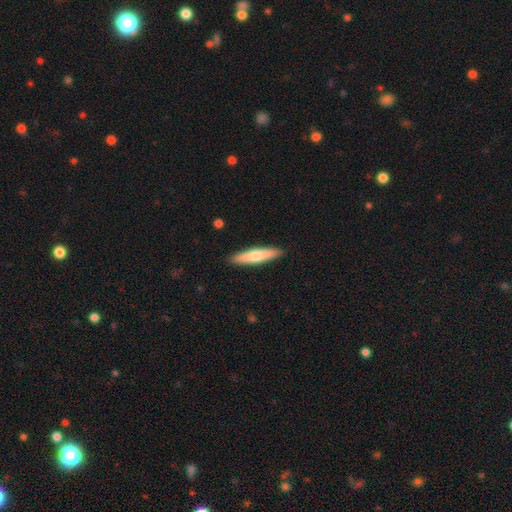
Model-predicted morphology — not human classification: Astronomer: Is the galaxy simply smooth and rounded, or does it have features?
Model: smooth — 61%.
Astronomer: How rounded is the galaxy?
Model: cigar-shaped — 83%.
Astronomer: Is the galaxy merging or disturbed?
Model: none — 90%.